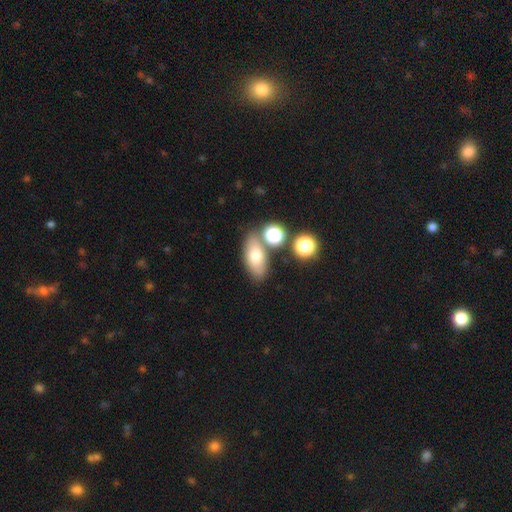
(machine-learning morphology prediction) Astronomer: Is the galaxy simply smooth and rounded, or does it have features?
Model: smooth — 70%.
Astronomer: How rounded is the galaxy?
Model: in between — 82%.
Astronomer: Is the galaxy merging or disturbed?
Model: none — 71%.